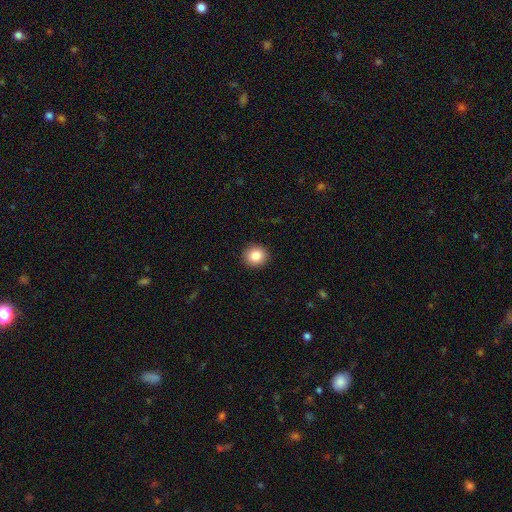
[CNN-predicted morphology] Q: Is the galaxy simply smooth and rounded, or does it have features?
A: smooth — 84%.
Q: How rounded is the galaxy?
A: round — 89%.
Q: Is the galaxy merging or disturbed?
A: none — 92%.